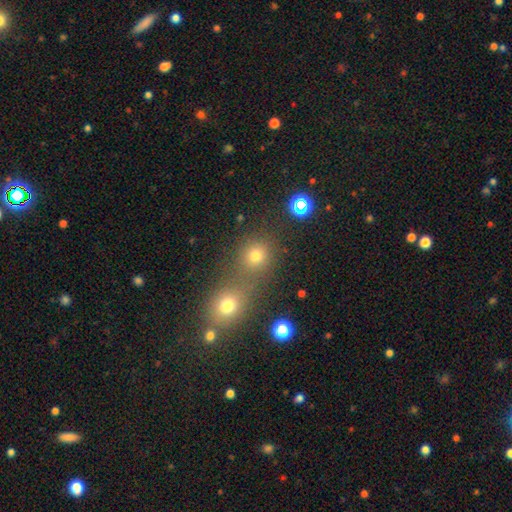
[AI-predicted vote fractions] Overall: smooth (71%). How rounded: round (84%). Merging: none (53%; merger 37%).